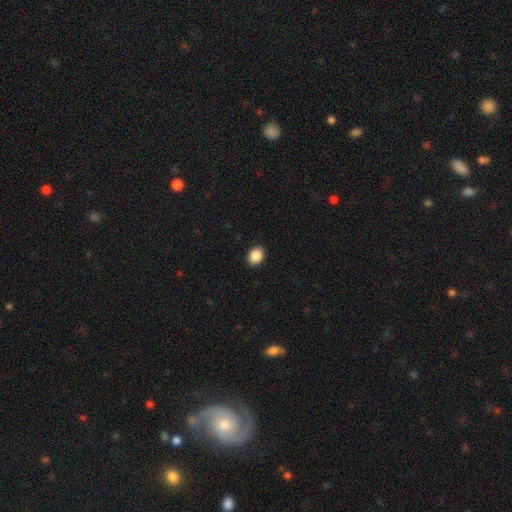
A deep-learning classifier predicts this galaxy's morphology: smooth_or_featured: smooth (p=0.89) [alt: star or artifact p=0.08]
how_rounded: in between (p=0.69) [alt: round p=0.30]
merging: none (p=0.91) [alt: minor disturbance p=0.07]